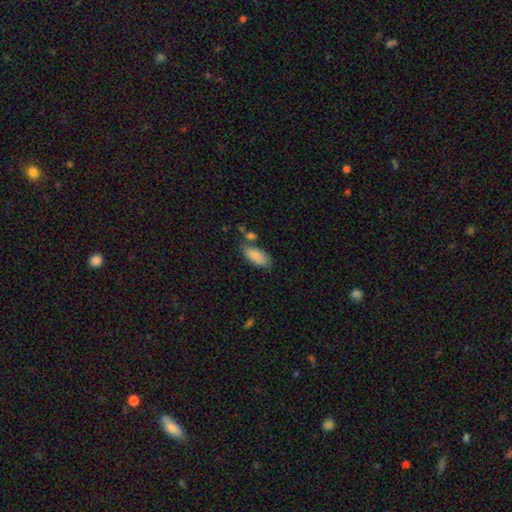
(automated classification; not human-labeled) A smooth galaxy with no disk features (87%) that is in between round and cigar-shaped (88%). Merging: none (64%).